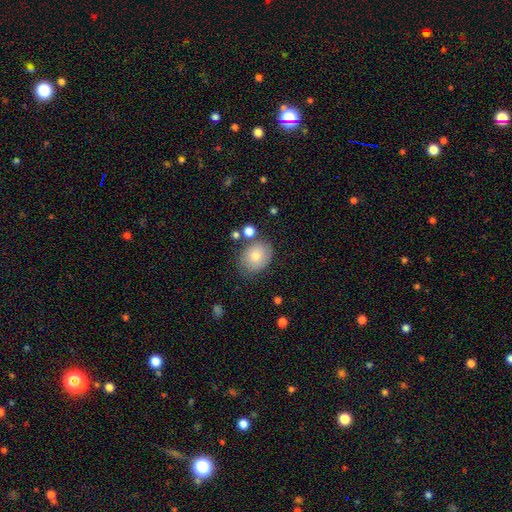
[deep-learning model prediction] Morphology: type=smooth (76%); roundness=in between (52%); merging=none (68%).